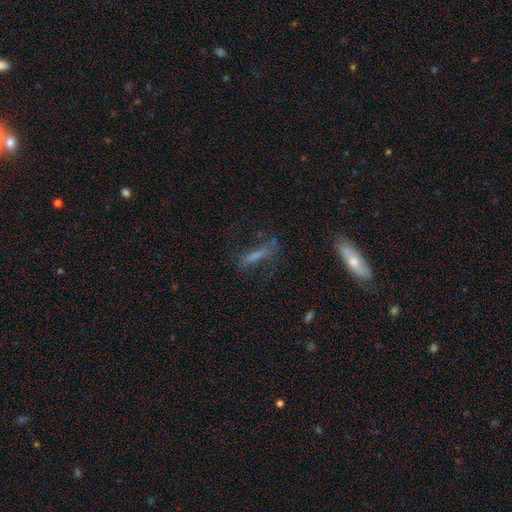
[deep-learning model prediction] Overall: smooth (47%; featured or disk 36%). Merging: none (52%; major disturbance 22%).